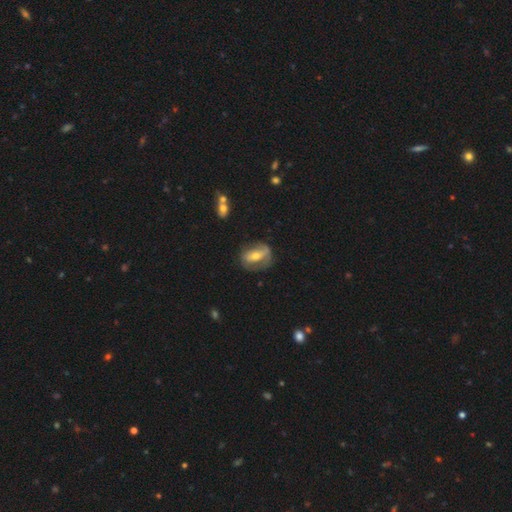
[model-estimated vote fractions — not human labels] Q: Smooth or featured?
A: featured or disk (62%); runner-up: smooth (31%)
Q: Edge-on disk?
A: no (89%); runner-up: yes (11%)
Q: Bar?
A: strong (50%); runner-up: weak (28%)
Q: Spiral arms?
A: yes (56%); runner-up: no (44%)
Q: Bulge size?
A: moderate (59%); runner-up: small (34%)
Q: Merging?
A: none (62%); runner-up: minor disturbance (23%)